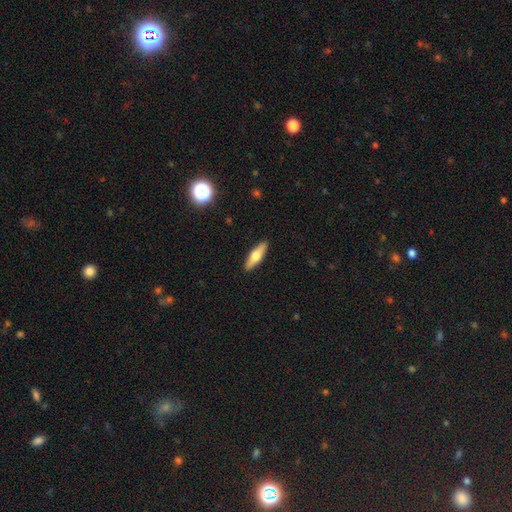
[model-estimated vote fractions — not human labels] smooth_or_featured: smooth (p=0.53) [alt: featured or disk p=0.41]
how_rounded: cigar-shaped (p=0.59) [alt: in between p=0.39]
merging: none (p=0.91) [alt: minor disturbance p=0.07]